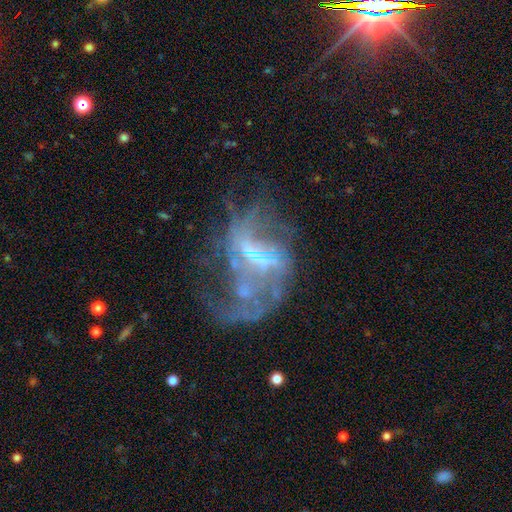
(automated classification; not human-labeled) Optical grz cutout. It shows a featured or disk galaxy (77%) with a weak bar (40%), spiral arms (61%) and no central bulge (47%). Merging: major disturbance (44%).